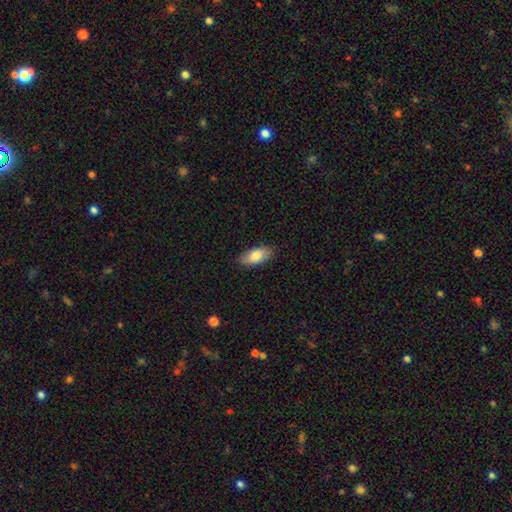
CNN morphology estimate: The model was most divided on "smooth or featured": smooth: 83%, featured or disk: 11%, star or artifact: 6%. More confident: how rounded — in between (89%); merging — none (85%).